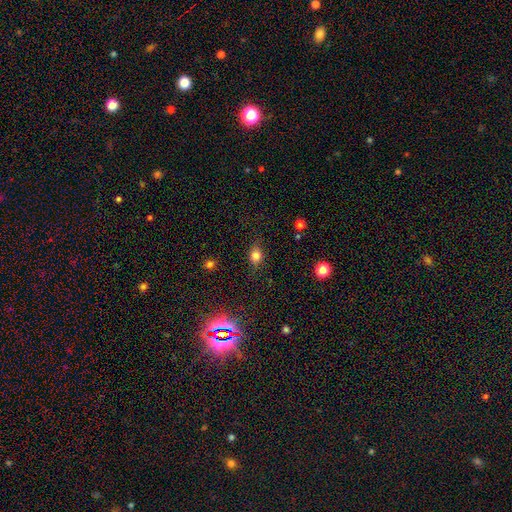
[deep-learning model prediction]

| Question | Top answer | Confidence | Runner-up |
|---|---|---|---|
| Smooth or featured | smooth | 75% | star or artifact (15%) |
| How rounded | in between | 56% | round (42%) |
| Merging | none | 79% | minor disturbance (16%) |